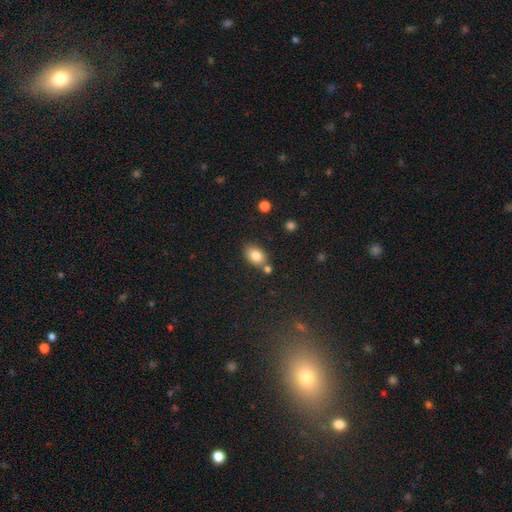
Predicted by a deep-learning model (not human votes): A smooth galaxy with no disk features (82%) that is in between round and cigar-shaped (82%).

Vote fractions:
- Smooth or featured? smooth: 82% / featured or disk: 9% / star or artifact: 9%
- How rounded? in between: 82% / round: 16% / cigar-shaped: 1%
- Merging? none: 69% / merger: 15% / minor disturbance: 13% / major disturbance: 3%